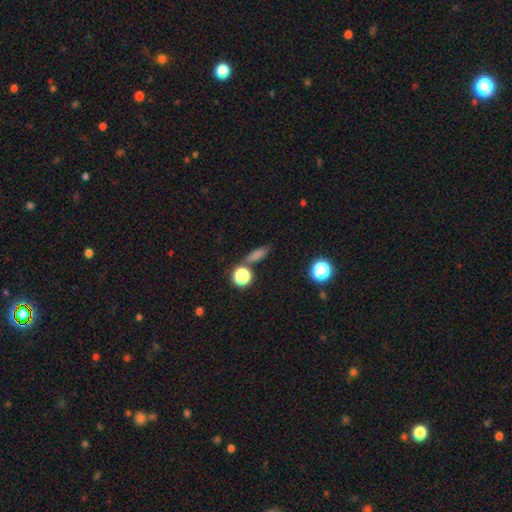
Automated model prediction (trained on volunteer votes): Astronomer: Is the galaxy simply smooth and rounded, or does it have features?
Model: smooth — 64%.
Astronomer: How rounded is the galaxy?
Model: in between — 40% (runner-up: cigar-shaped, 34%).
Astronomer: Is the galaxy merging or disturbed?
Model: none — 76%.